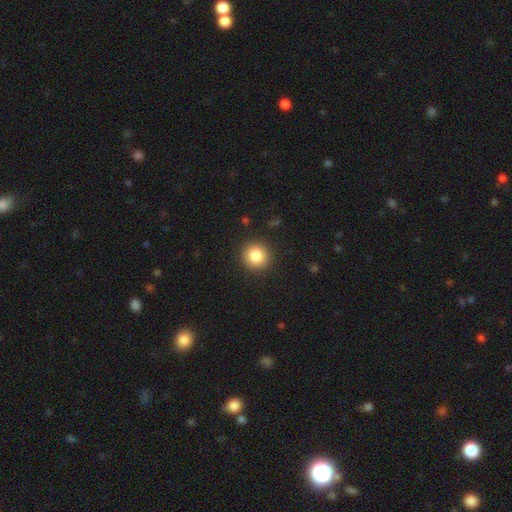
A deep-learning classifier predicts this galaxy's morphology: The model was most divided on "smooth or featured": smooth: 84%, star or artifact: 9%, featured or disk: 6%. More confident: how rounded — round (93%); merging — none (91%).